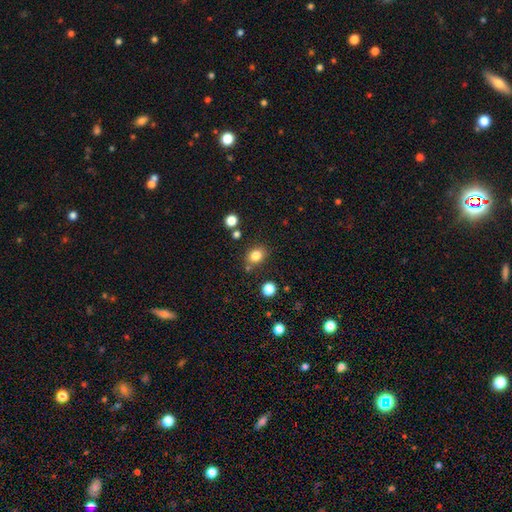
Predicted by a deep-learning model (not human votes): A smooth galaxy with no disk features (83%) that is round (60%).

Vote fractions:
- Smooth or featured? smooth: 83% / star or artifact: 12% / featured or disk: 6%
- How rounded? round: 60% / in between: 39% / cigar-shaped: 1%
- Merging? none: 78% / minor disturbance: 12% / merger: 7% / major disturbance: 3%